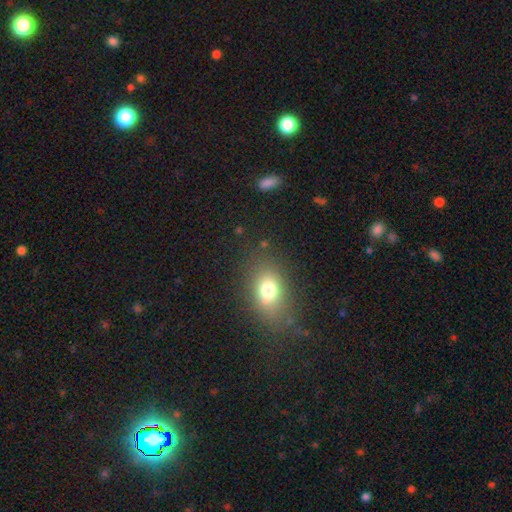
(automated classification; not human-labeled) smooth 67%, star or artifact 22%, featured or disk 11%. Down the decision tree: how rounded — in between (73%); merging — none (81%).